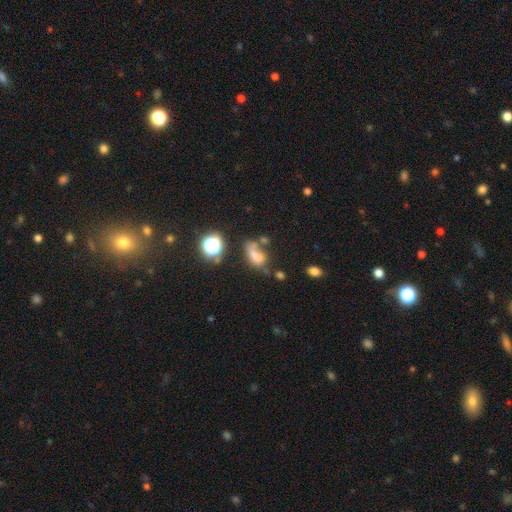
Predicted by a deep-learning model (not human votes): Smooth or featured? smooth (65%)
How rounded? in between (77%)
Merging? none (31%)